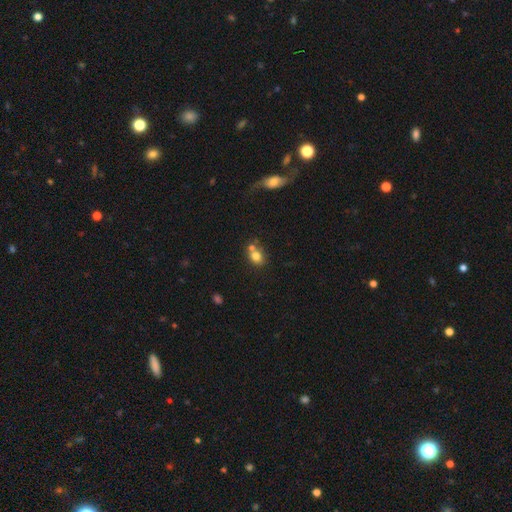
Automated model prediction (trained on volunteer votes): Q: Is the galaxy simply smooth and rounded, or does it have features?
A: smooth — 76%.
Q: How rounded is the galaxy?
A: round — 54%.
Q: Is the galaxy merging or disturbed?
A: none — 44%.